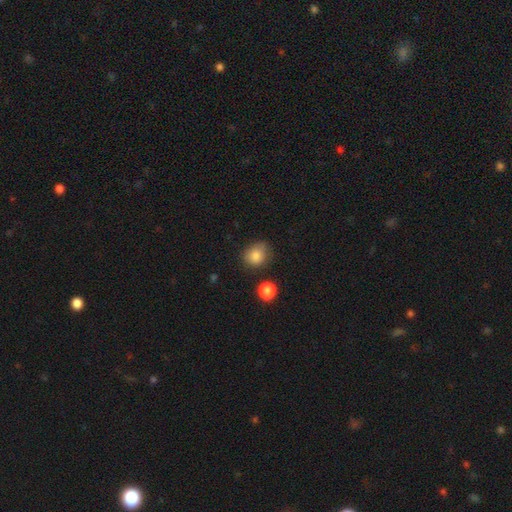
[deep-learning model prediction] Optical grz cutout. It shows a smooth galaxy with no disk features (84%) that is round (67%). Merging: none (70%).